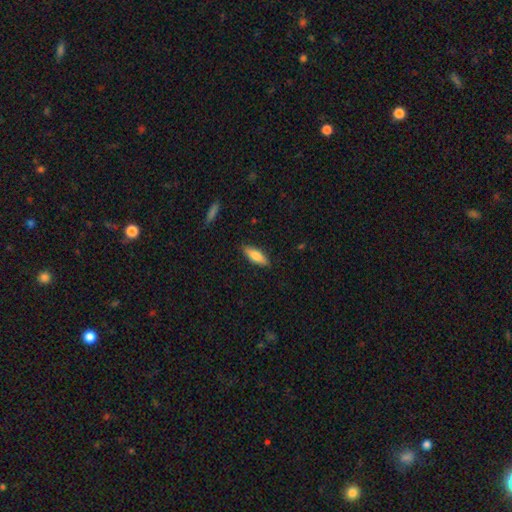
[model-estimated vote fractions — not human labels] smooth_or_featured: smooth (p=0.74) [alt: featured or disk p=0.19]
how_rounded: in between (p=0.57) [alt: cigar-shaped p=0.41]
merging: none (p=0.87) [alt: minor disturbance p=0.10]